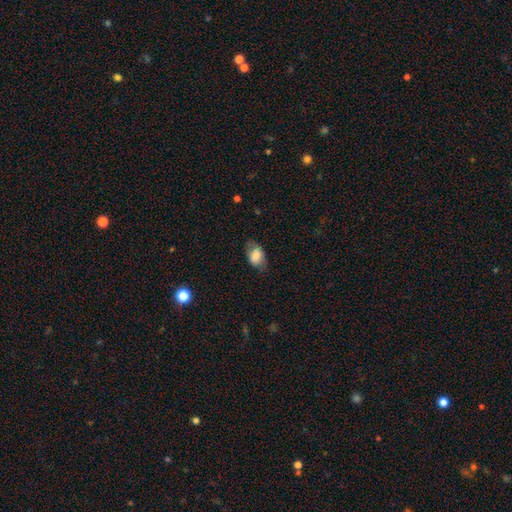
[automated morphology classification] smooth-or-featured: smooth: 78% | featured or disk: 15% | star or artifact: 8%
  how-rounded: in between: 88% | round: 11% | cigar-shaped: 2%
  merging: none: 71% | minor disturbance: 21% | major disturbance: 7% | merger: 1%